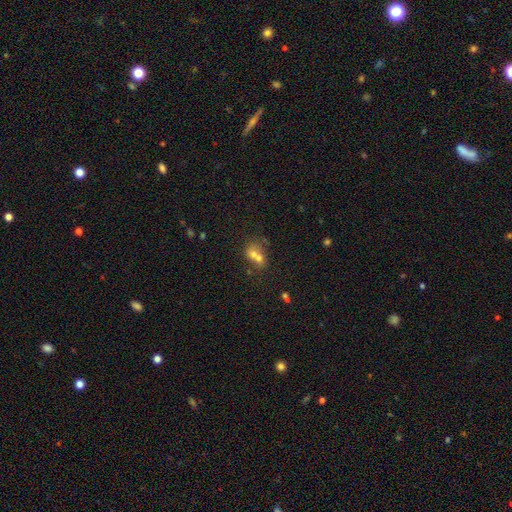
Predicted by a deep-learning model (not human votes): Overall: smooth (62%). How rounded: round (63%; in between 36%). Merging: merger (65%).